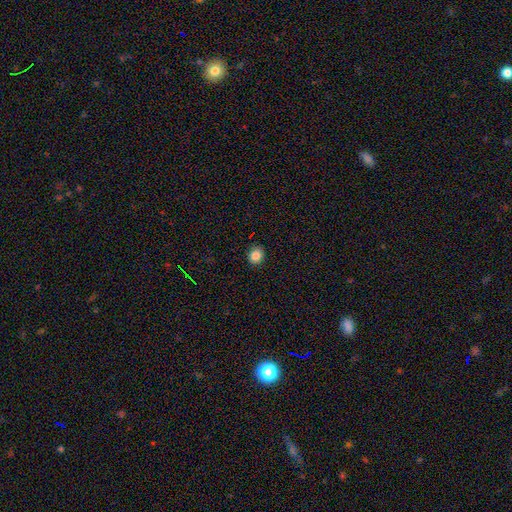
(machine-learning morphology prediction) smooth_or_featured: smooth (p=0.85) [alt: star or artifact p=0.11]
how_rounded: round (p=0.70) [alt: in between p=0.29]
merging: none (p=0.89) [alt: minor disturbance p=0.08]